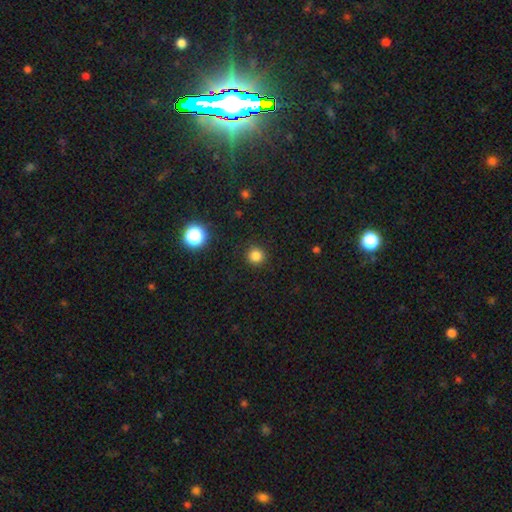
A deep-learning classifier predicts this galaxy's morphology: This is clearly a smooth galaxy (82%). How rounded: clearly round (95%). Merging: clearly none (92%).